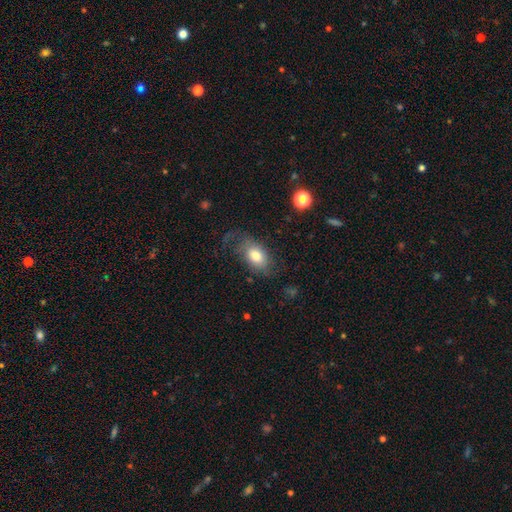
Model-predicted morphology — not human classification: This is likely a smooth galaxy (67%). How rounded: clearly in between (88%). Merging: possibly none (47%).